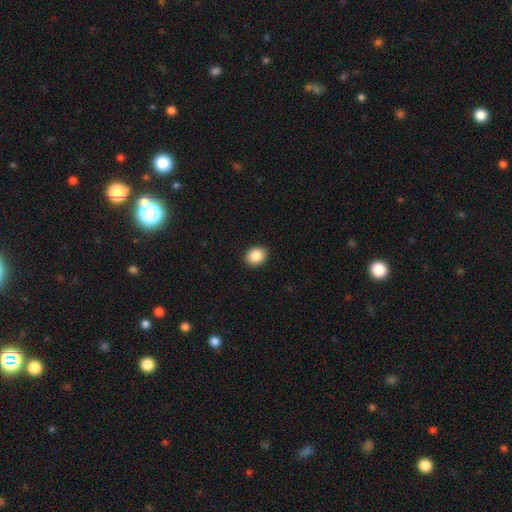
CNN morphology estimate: Smooth or featured?
  - smooth: 88% *
  - star or artifact: 8%
  - featured or disk: 4%
How rounded?
  - round: 53% *
  - in between: 47%
  - cigar-shaped: 1%
Merging?
  - none: 90% *
  - minor disturbance: 7%
  - major disturbance: 2%
  - merger: 1%